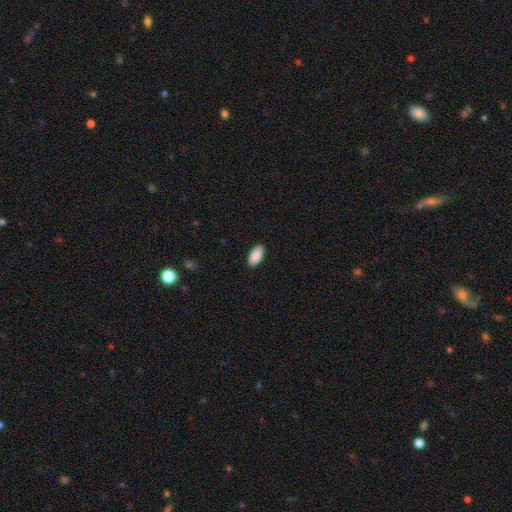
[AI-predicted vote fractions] Smooth or featured?
  - smooth: 90% *
  - star or artifact: 6%
  - featured or disk: 4%
How rounded?
  - in between: 94% *
  - cigar-shaped: 5%
  - round: 2%
Merging?
  - none: 90% *
  - minor disturbance: 7%
  - major disturbance: 2%
  - merger: 1%